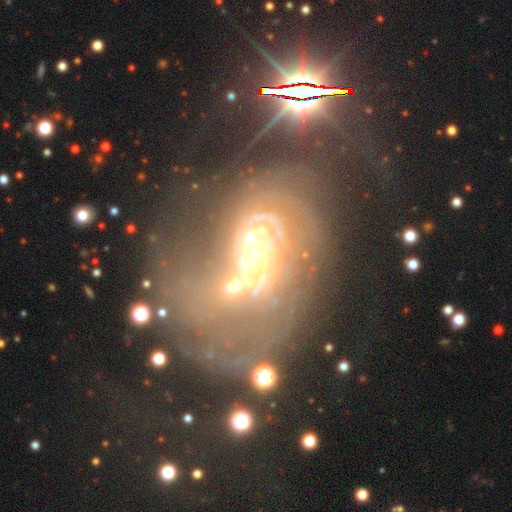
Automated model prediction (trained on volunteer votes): smooth-or-featured: featured or disk: 74% | smooth: 14% | star or artifact: 13%
  disk-edge-on: no: 96% | yes: 4%
    bar: no: 72% | weak: 21% | strong: 8%
    has-spiral-arms: yes: 73% | no: 27%
      spiral-winding: tight: 48% | medium: 32% | loose: 20%
      spiral-arm-count: can't tell: 43% | 2: 26% | 3: 10% | 1: 9% | 4: 6% | more than 4: 6%
    bulge-size: moderate: 49% | small: 35% | large: 8% | none: 5% | dominant: 3%
  merging: merger: 33% | major disturbance: 28% | none: 25% | minor disturbance: 14%